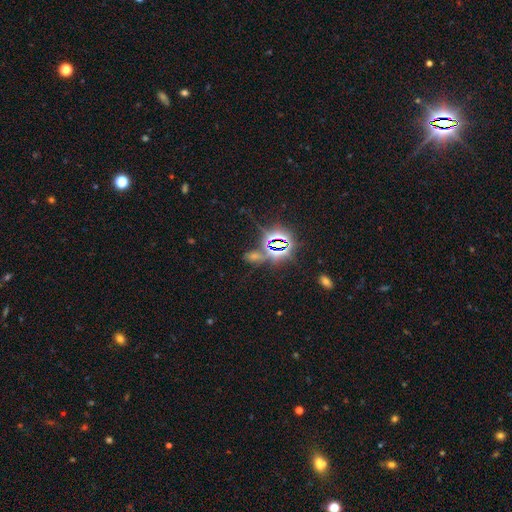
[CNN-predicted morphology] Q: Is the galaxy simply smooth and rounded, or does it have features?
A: star or artifact — 78%.